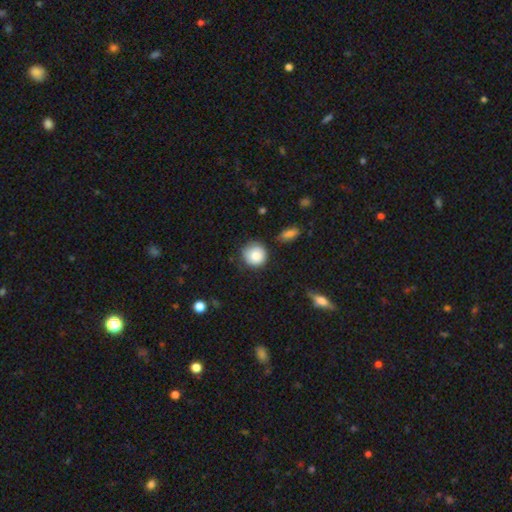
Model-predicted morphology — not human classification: The model was most divided on "merging": none: 79%, minor disturbance: 15%, major disturbance: 3%, merger: 3%. More confident: how rounded — round (93%); smooth or featured — smooth (83%).